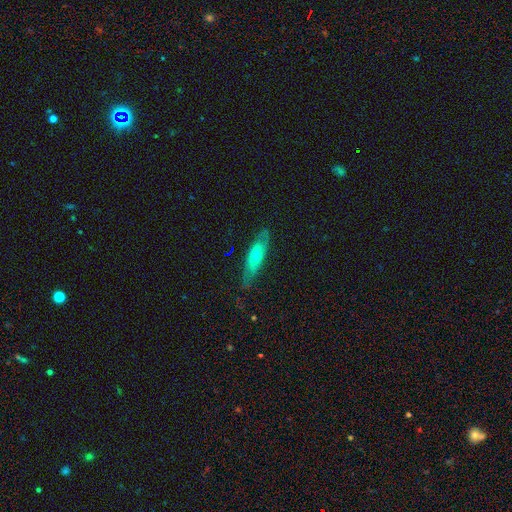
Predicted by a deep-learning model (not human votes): This is possibly a smooth galaxy (48%). Merging: likely none (73%).